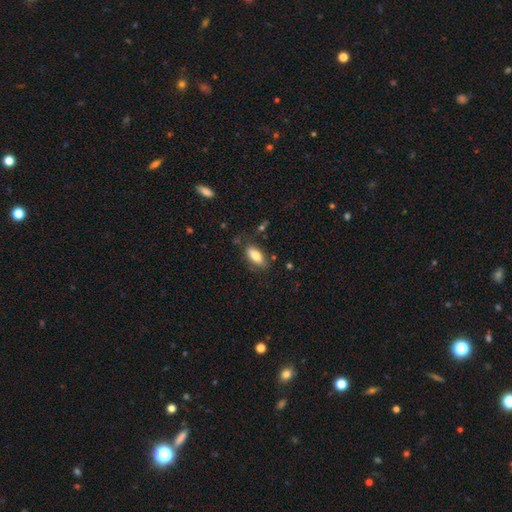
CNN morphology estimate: smooth-or-featured: smooth: 78% | featured or disk: 15% | star or artifact: 7%
  how-rounded: in between: 85% | cigar-shaped: 12% | round: 3%
  merging: none: 77% | minor disturbance: 16% | major disturbance: 4% | merger: 3%